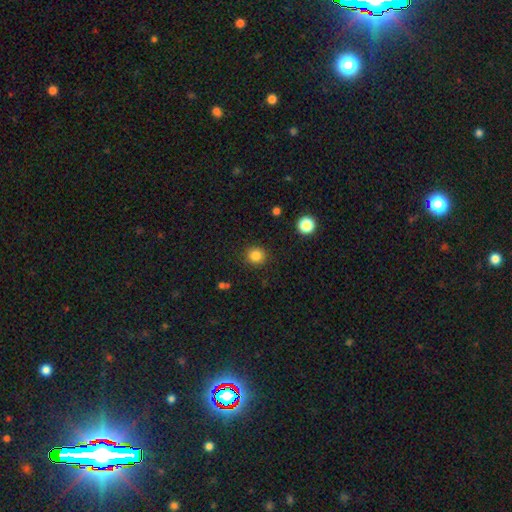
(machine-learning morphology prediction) A smooth galaxy with no disk features (83%) that is round (91%).

Vote fractions:
- Smooth or featured? smooth: 83% / star or artifact: 12% / featured or disk: 5%
- How rounded? round: 91% / in between: 8% / cigar-shaped: 1%
- Merging? none: 91% / minor disturbance: 6% / major disturbance: 2% / merger: 1%